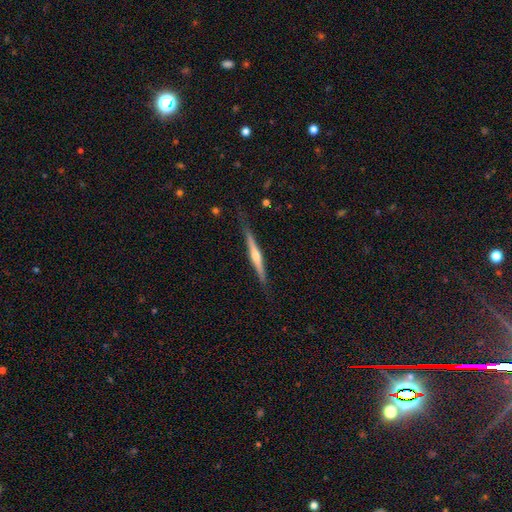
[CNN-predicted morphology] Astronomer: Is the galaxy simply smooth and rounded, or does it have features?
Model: featured or disk — 72%.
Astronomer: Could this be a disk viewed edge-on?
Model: yes — 98%.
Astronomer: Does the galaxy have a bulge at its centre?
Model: rounded — 83%.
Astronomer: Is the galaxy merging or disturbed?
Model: none — 83%.